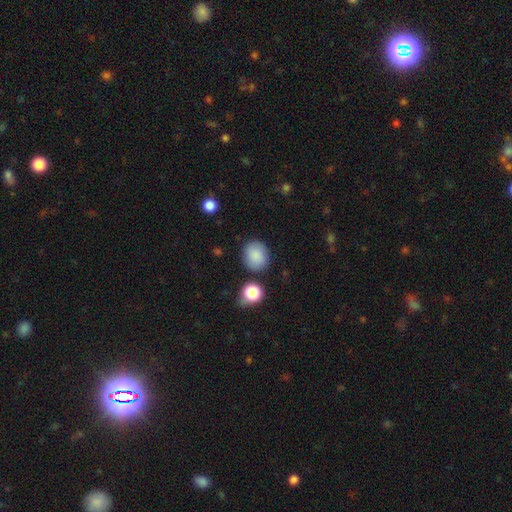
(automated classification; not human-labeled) smooth 86%, star or artifact 9%, featured or disk 5%. Down the decision tree: how rounded — round (76%); merging — none (81%).